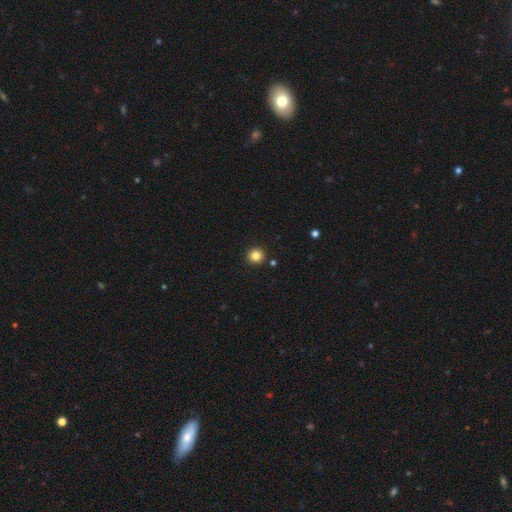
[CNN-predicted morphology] This appears to be a smooth galaxy with no disk features (84%) that is round (94%). Merging: none (92%).